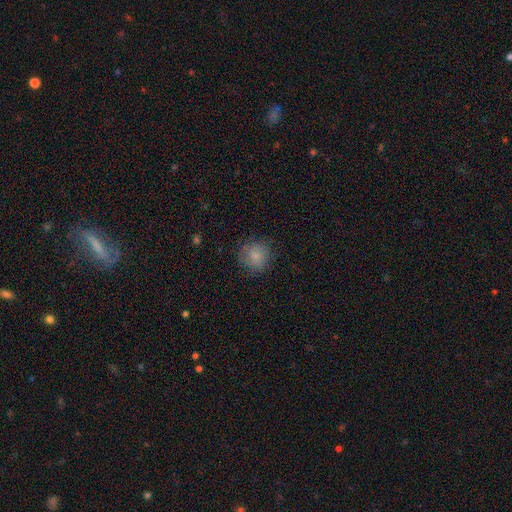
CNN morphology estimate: A smooth galaxy with no disk features (80%) that is round (89%). Merging: none (80%).